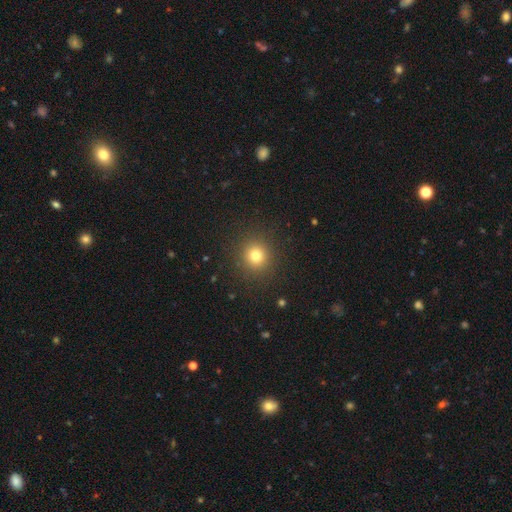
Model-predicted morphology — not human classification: Overall: smooth (77%). How rounded: round (92%). Merging: none (90%).